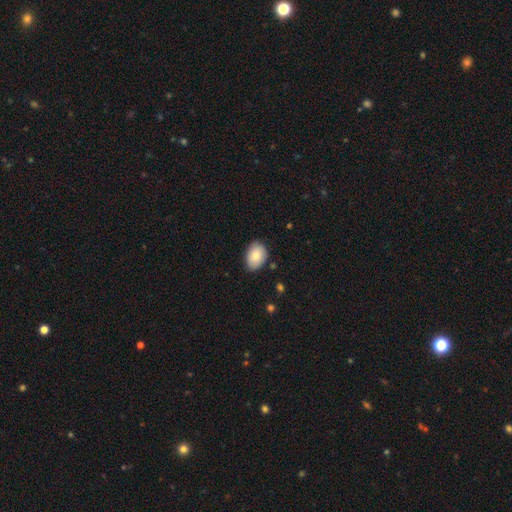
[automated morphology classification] This is clearly a smooth galaxy (81%). How rounded: clearly in between (82%). Merging: likely none (80%).